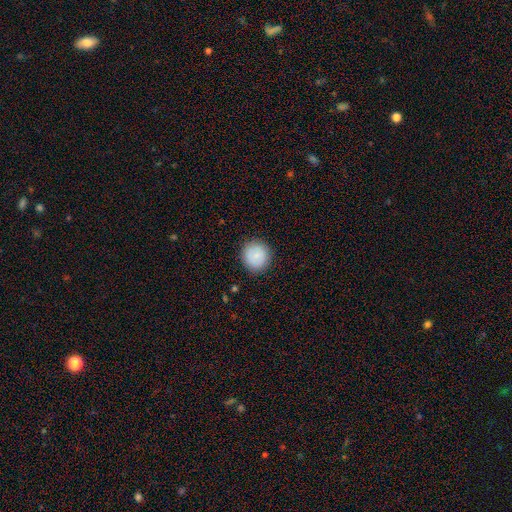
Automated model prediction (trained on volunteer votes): Smooth or featured? Predicted: smooth (p=0.85). How rounded? Predicted: round (p=0.92). Merging? Predicted: none (p=0.89).